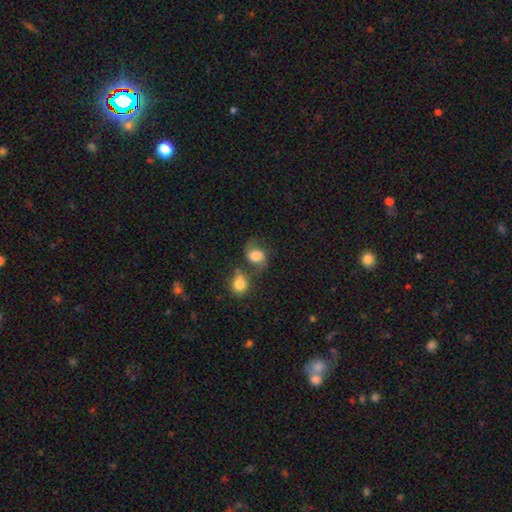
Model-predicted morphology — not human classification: Q: Smooth or featured?
A: smooth (53%); runner-up: featured or disk (37%)
Q: How rounded?
A: round (50%); runner-up: in between (49%)
Q: Merging?
A: none (47%); runner-up: merger (24%)